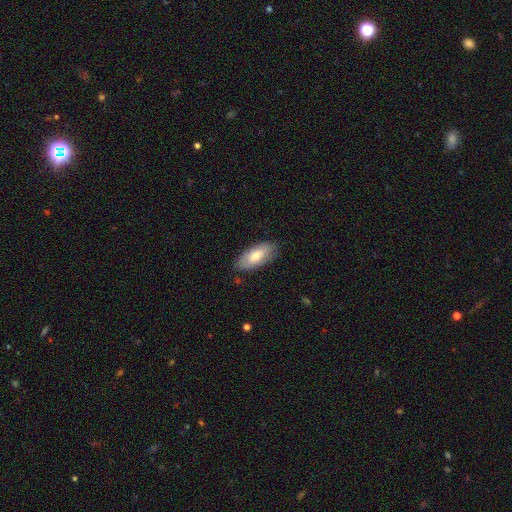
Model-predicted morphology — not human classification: Smooth or featured? Predicted: smooth (p=0.70). How rounded? Predicted: in between (p=0.86). Merging? Predicted: none (p=0.82).